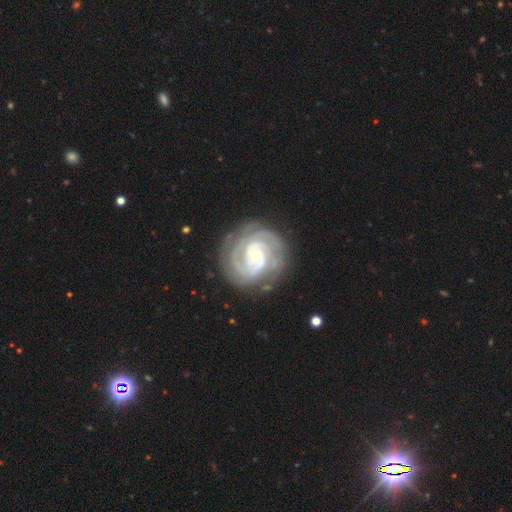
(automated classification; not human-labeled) This is clearly a featured or disk galaxy (90%). It is clearly not viewed edge-on (98%). Bar: likely no (62%). Spiral arm pattern: clearly yes (97%). Spiral arm count: marginally 2 (33%). Spiral winding: likely tight (77%). Central bulge: possibly small (56%). Merging: likely none (78%).